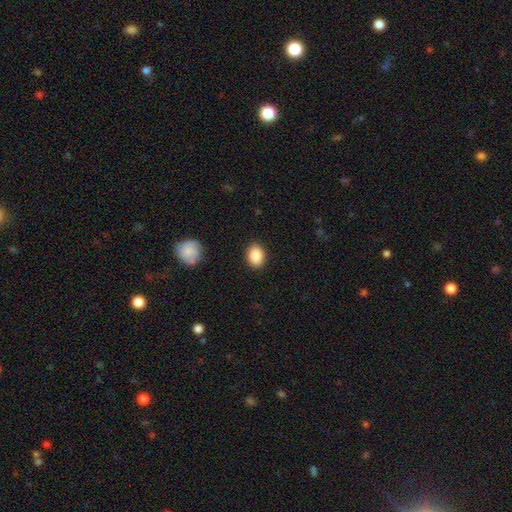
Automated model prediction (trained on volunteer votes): This is clearly a smooth galaxy (89%). How rounded: likely in between (71%). Merging: clearly none (87%).